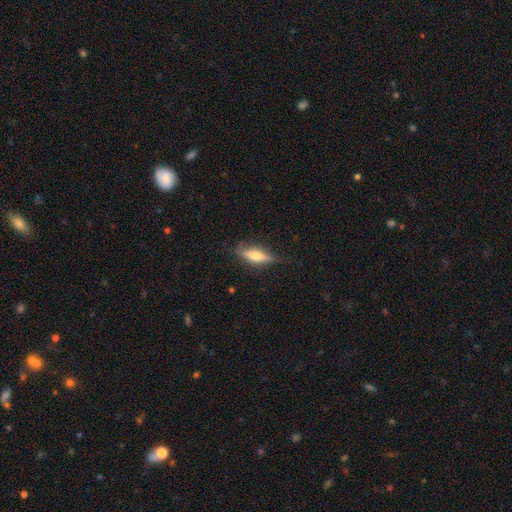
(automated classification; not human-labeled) This appears to be a featured or disk galaxy (48%). Merging: none (74%).